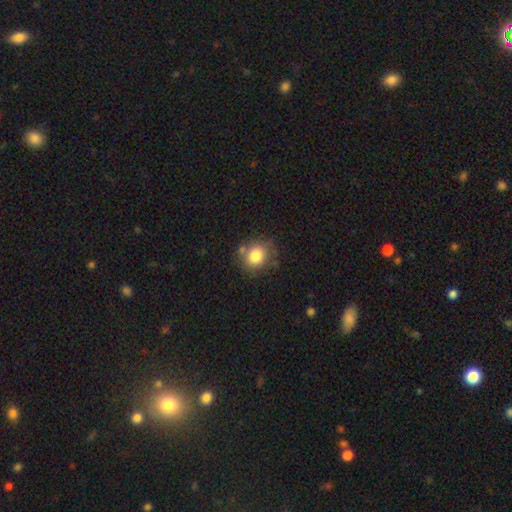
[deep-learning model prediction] This appears to be a smooth galaxy with no disk features (81%) that is round (74%). Merging: none (68%).